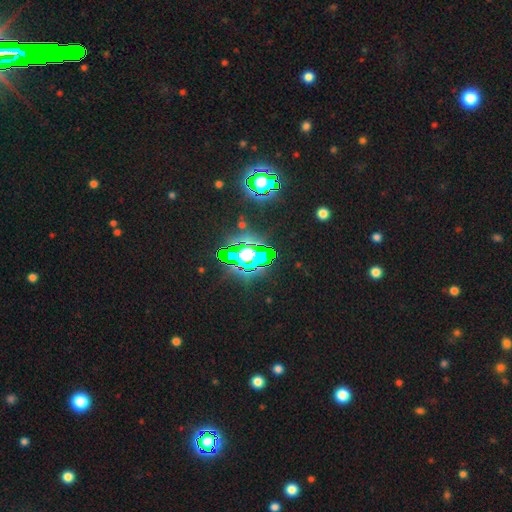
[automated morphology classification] Smooth or featured? Predicted: star or artifact (p=0.63).